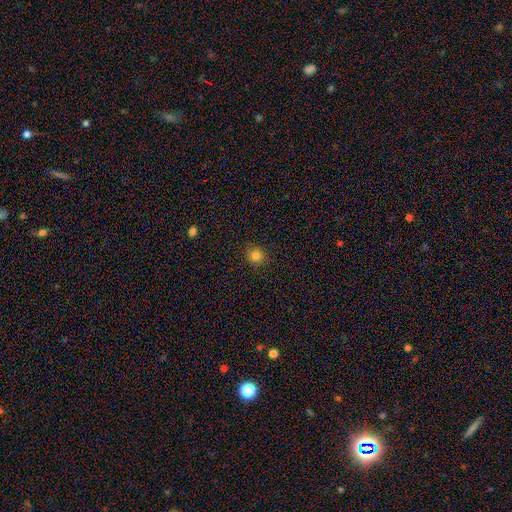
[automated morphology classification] Smooth or featured? Predicted: smooth (p=0.82). How rounded? Predicted: round (p=0.88). Merging? Predicted: none (p=0.91).